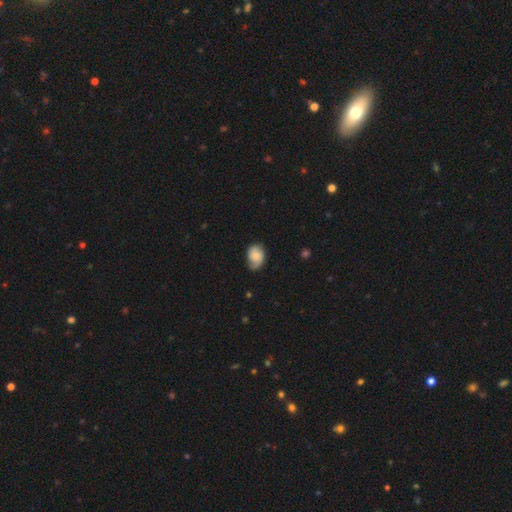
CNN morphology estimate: Smooth or featured? smooth (67%)
How rounded? in between (76%)
Merging? none (62%)